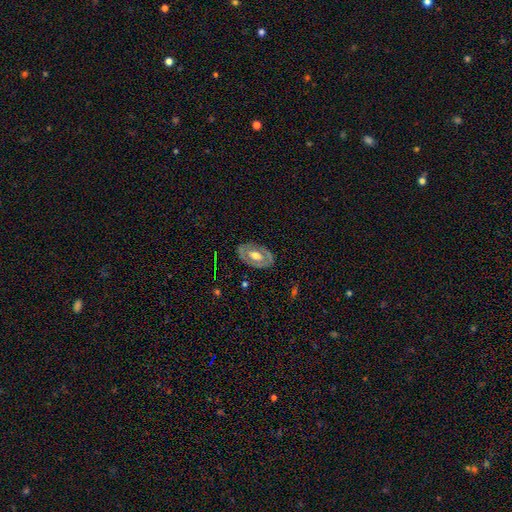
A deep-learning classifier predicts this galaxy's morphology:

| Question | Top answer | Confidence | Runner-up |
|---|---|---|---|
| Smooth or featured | featured or disk | 59% | smooth (35%) |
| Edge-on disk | no | 91% | yes (9%) |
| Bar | no | 65% | weak (25%) |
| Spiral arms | no | 72% | yes (28%) |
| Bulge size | moderate | 62% | large (29%) |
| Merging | none | 80% | minor disturbance (15%) |